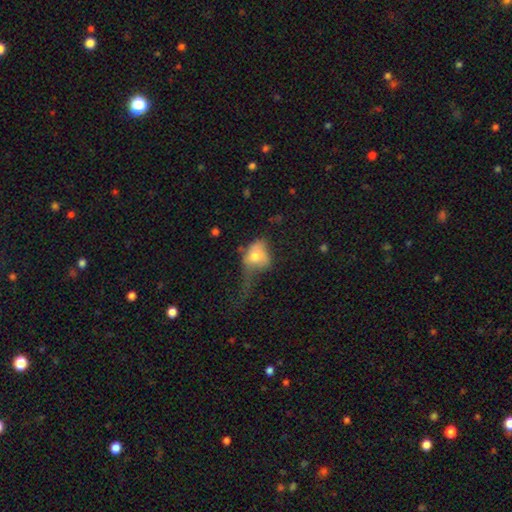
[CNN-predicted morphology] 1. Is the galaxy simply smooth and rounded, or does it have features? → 67% smooth, 24% featured or disk, 9% star or artifact.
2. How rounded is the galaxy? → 63% in between, 35% round, 2% cigar-shaped.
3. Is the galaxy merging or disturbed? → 55% major disturbance, 22% minor disturbance, 17% none, 6% merger.